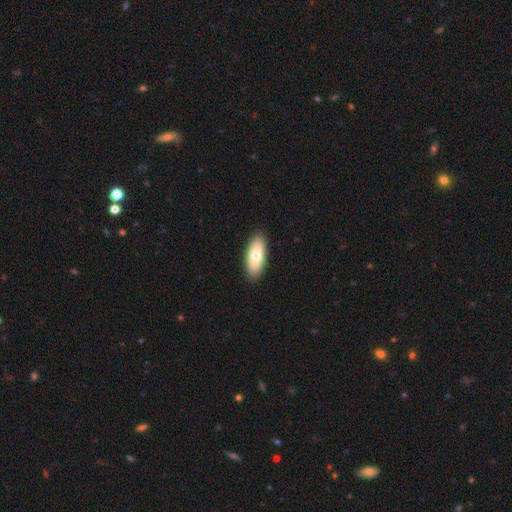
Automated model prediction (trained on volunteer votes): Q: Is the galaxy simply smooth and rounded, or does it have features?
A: smooth — 74%.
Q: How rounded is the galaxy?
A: in between — 82%.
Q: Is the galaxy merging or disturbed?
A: none — 90%.